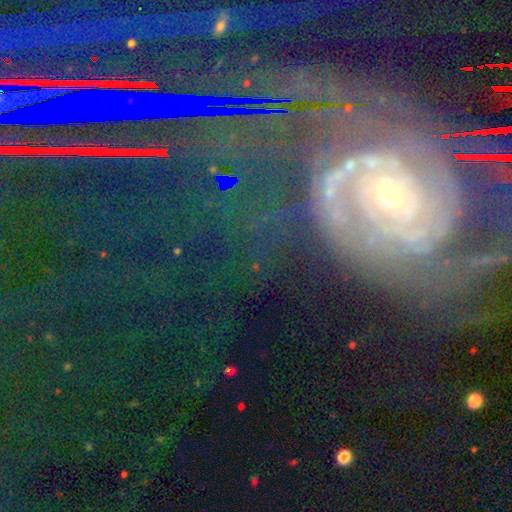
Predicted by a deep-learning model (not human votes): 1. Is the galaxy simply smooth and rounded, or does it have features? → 61% featured or disk, 27% star or artifact, 12% smooth.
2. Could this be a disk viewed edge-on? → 95% no, 5% yes.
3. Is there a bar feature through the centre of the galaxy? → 65% no, 22% weak, 13% strong.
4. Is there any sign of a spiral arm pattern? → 94% yes, 6% no.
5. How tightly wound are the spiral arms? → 66% tight, 25% medium, 9% loose.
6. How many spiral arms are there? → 38% 2, 17% can't tell, 15% 3, 10% 4, 10% 1, 10% more than 4.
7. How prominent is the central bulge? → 67% small, 27% moderate, 2% large, 2% dominant, 2% none.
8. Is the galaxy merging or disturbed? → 71% none, 15% minor disturbance, 11% major disturbance, 4% merger.